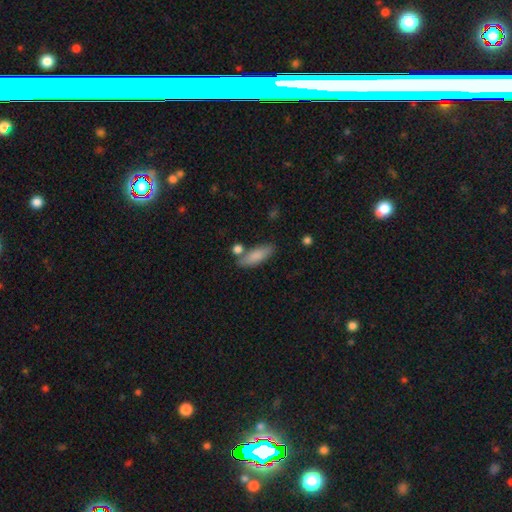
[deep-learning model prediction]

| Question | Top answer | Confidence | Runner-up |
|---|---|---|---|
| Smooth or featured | smooth | 84% | featured or disk (10%) |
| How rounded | in between | 64% | cigar-shaped (33%) |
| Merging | none | 69% | minor disturbance (14%) |